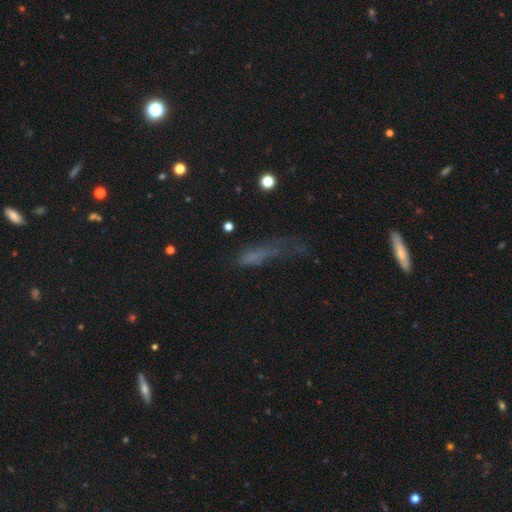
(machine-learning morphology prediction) smooth_or_featured: smooth (p=0.53) [alt: featured or disk p=0.24]
how_rounded: cigar-shaped (p=0.61) [alt: in between p=0.34]
merging: major disturbance (p=0.40) [alt: none p=0.32]